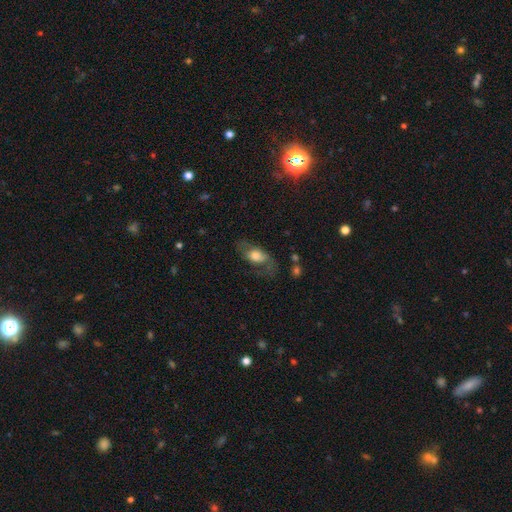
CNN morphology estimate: smooth 57%, featured or disk 36%, star or artifact 8%. Down the decision tree: how rounded — in between (83%); merging — none (53%).